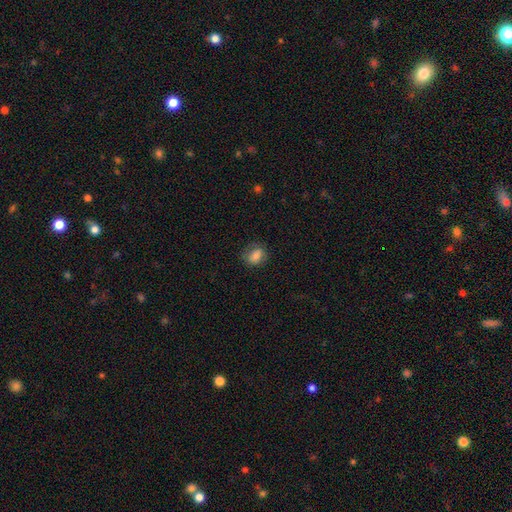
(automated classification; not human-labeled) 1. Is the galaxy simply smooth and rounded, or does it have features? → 76% smooth, 15% featured or disk, 9% star or artifact.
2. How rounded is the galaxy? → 52% in between, 47% round, 1% cigar-shaped.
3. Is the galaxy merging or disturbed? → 74% none, 18% minor disturbance, 7% major disturbance, 1% merger.